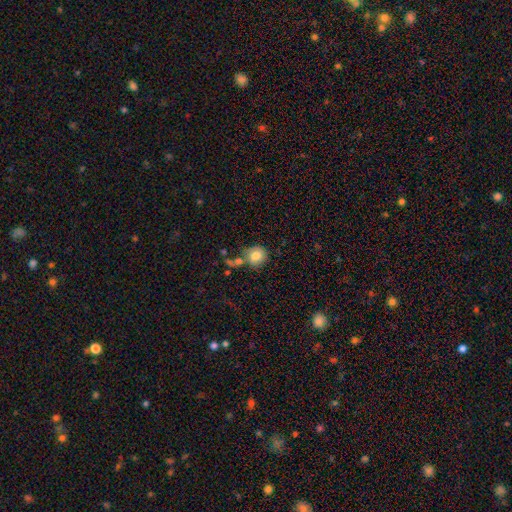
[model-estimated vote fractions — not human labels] smooth_or_featured: smooth (p=0.80) [alt: featured or disk p=0.11]
how_rounded: round (p=0.85) [alt: in between p=0.14]
merging: none (p=0.53) [alt: merger p=0.24]